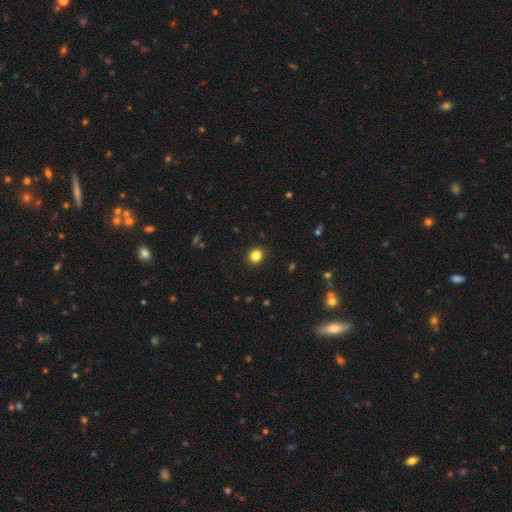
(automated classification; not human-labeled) smooth-or-featured: smooth: 84% | star or artifact: 11% | featured or disk: 5%
  how-rounded: round: 77% | in between: 22% | cigar-shaped: 1%
  merging: none: 91% | minor disturbance: 6% | major disturbance: 2% | merger: 1%